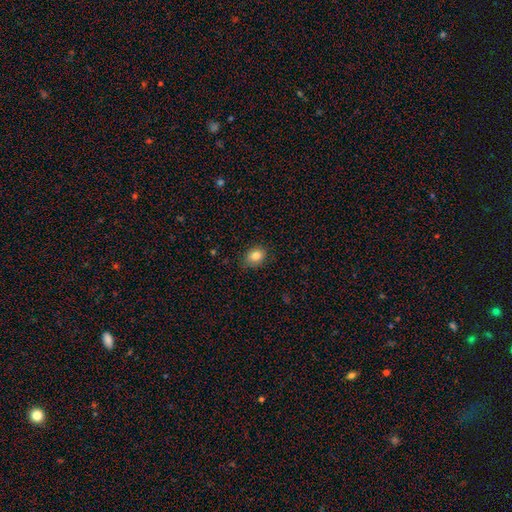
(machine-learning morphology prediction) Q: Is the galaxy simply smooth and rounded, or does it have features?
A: smooth — 84%.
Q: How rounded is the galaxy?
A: in between — 64%.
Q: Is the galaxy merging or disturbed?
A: none — 83%.